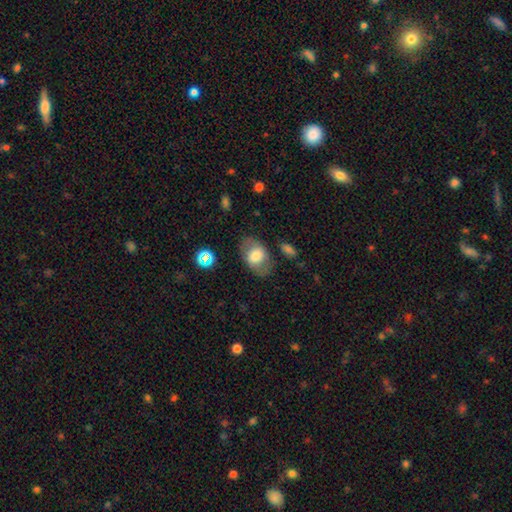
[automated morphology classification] Overall: smooth (66%). How rounded: in between (82%). Merging: none (73%).